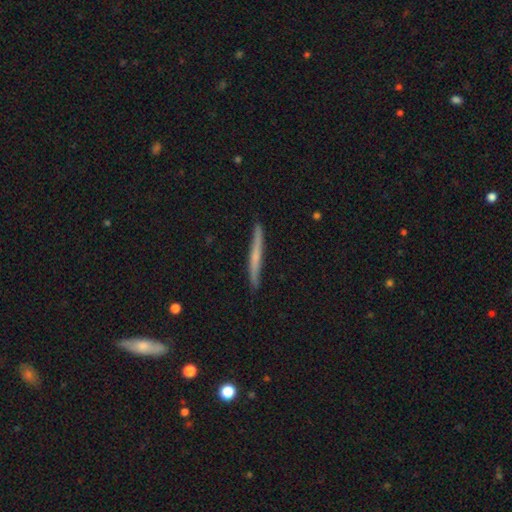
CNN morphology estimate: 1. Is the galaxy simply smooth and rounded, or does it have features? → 50% featured or disk, 44% smooth, 6% star or artifact.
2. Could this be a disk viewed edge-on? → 95% yes, 5% no.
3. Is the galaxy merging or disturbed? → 88% none, 9% minor disturbance, 1% major disturbance, 1% merger.